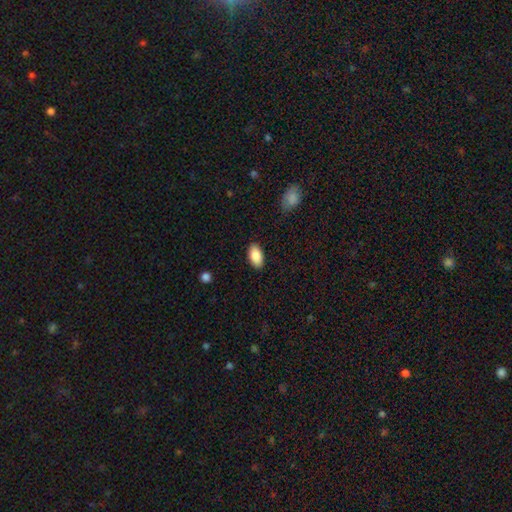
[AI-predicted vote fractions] This appears to be a smooth galaxy with no disk features (89%) that is in between round and cigar-shaped (94%). Merging: none (87%).